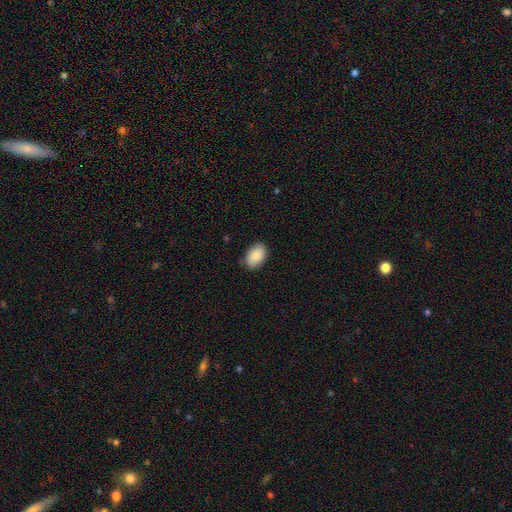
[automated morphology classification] Smooth or featured? smooth (85%)
How rounded? in between (88%)
Merging? none (82%)